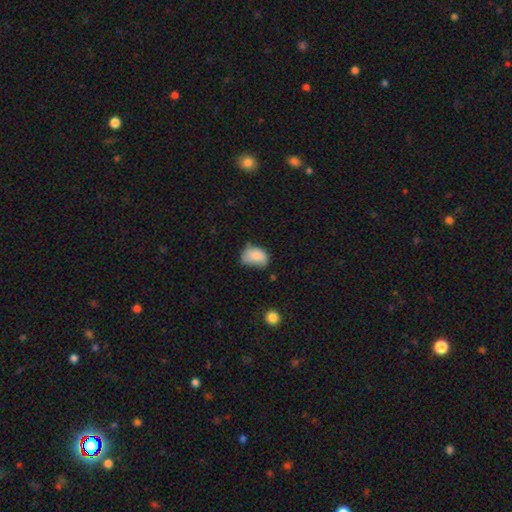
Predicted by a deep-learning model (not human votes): Overall: smooth (77%). How rounded: in between (74%). Merging: minor disturbance (43%; none 35%).